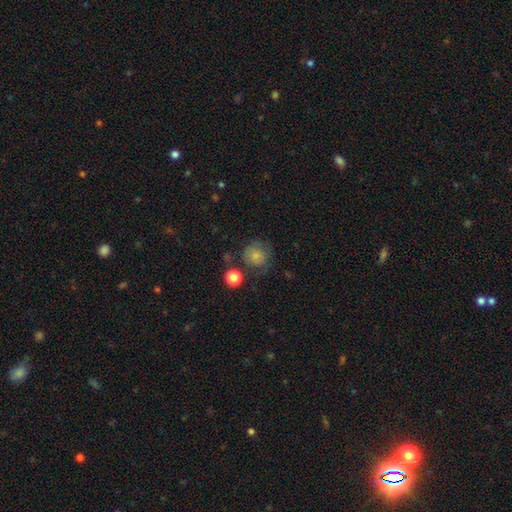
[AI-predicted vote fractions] Smooth or featured?
  - smooth: 78% *
  - featured or disk: 12%
  - star or artifact: 11%
How rounded?
  - round: 88% *
  - in between: 11%
  - cigar-shaped: 1%
Merging?
  - none: 66% *
  - minor disturbance: 19%
  - major disturbance: 9%
  - merger: 6%